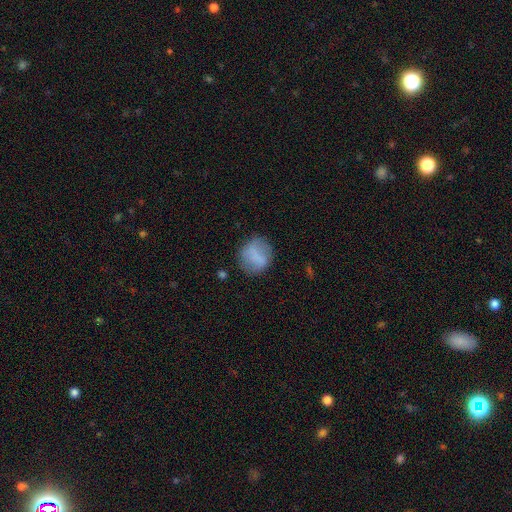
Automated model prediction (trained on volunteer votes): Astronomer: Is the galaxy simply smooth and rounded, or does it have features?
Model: smooth — 70%.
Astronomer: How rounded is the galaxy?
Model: round — 77%.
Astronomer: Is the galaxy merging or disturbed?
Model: none — 74%.